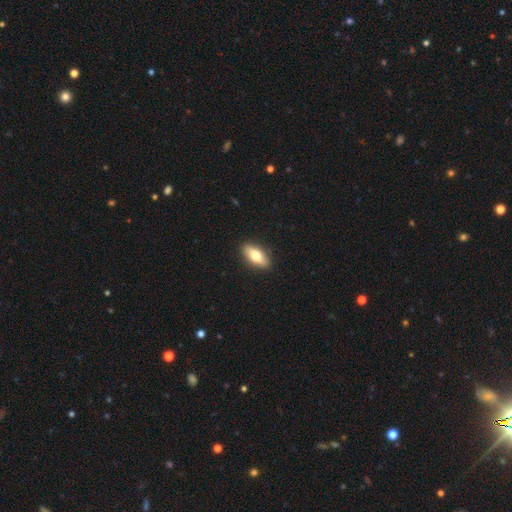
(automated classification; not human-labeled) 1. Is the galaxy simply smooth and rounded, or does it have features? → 72% smooth, 22% featured or disk, 6% star or artifact.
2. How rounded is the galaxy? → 79% in between, 18% cigar-shaped, 3% round.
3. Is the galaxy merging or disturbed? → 90% none, 8% minor disturbance, 2% major disturbance, 1% merger.